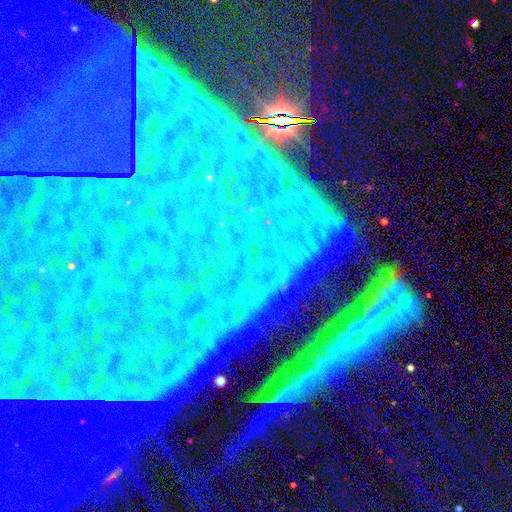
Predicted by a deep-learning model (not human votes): Smooth or featured? star or artifact (85%)